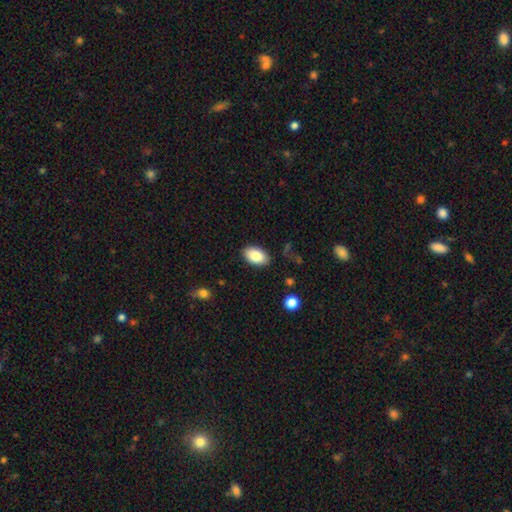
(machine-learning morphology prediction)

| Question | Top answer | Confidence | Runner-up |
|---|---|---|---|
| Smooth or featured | smooth | 85% | featured or disk (8%) |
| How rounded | in between | 93% | round (6%) |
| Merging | none | 87% | minor disturbance (10%) |